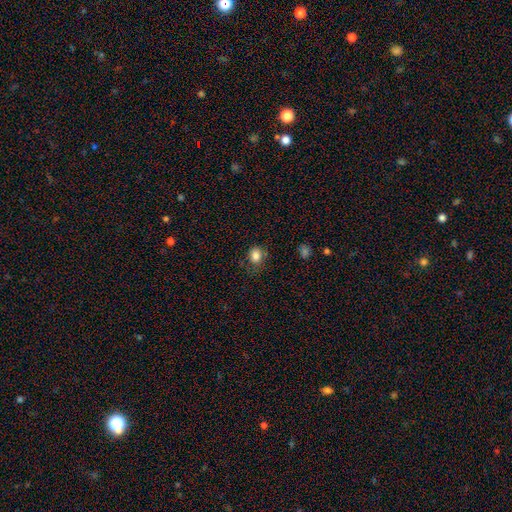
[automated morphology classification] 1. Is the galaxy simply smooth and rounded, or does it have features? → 83% smooth, 11% star or artifact, 6% featured or disk.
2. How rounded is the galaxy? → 59% round, 40% in between, 1% cigar-shaped.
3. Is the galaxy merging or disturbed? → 68% none, 22% minor disturbance, 7% major disturbance, 3% merger.